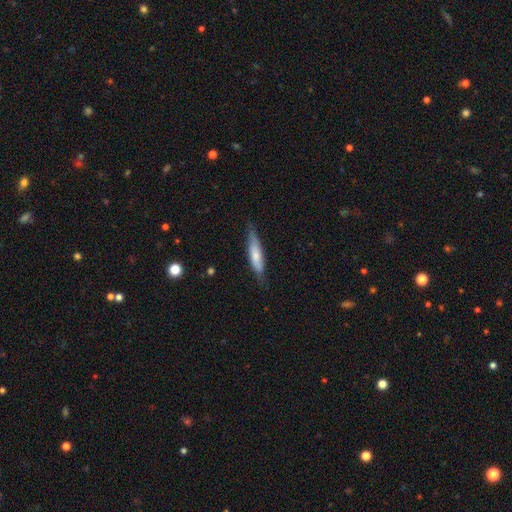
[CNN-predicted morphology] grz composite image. It shows a smooth galaxy with no disk features (63%) that is cigar-shaped (76%). Merging: none (71%).